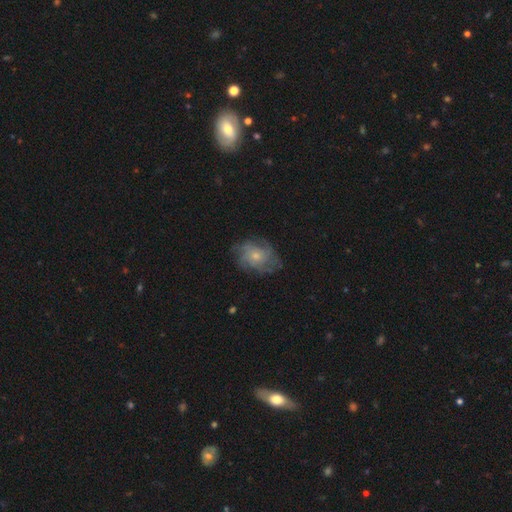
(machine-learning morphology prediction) Overall: featured or disk (66%). Edge-on disk: no (97%). Bar: no (82%). Spiral arms: yes (87%). Spiral arm count: can't tell (39%; 4 22%). Spiral winding: tight (43%; medium 39%). Bulge size: small (55%; moderate 39%). Merging: none (72%).